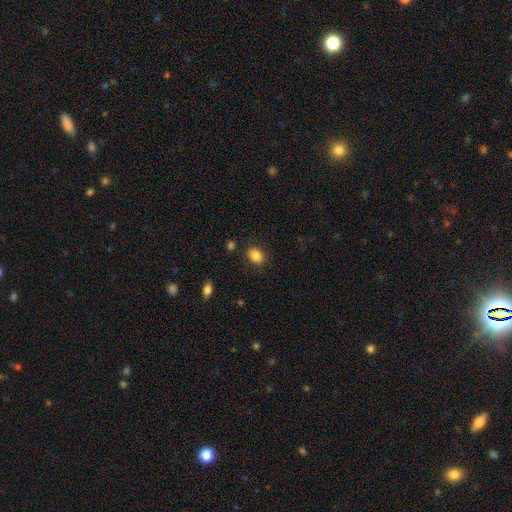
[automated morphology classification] smooth-or-featured: smooth: 86% | star or artifact: 9% | featured or disk: 5%
  how-rounded: in between: 72% | round: 27% | cigar-shaped: 1%
  merging: none: 84% | minor disturbance: 11% | major disturbance: 3% | merger: 2%